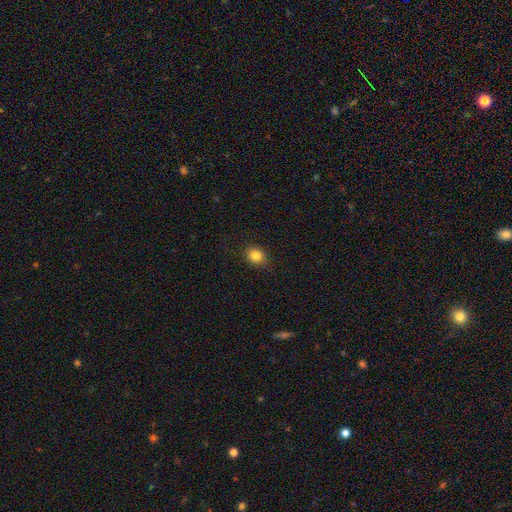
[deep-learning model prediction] Smooth or featured: smooth — 84% (star or artifact — 11%)
How rounded: round — 68% (in between — 31%)
Merging: none — 88% (minor disturbance — 9%)